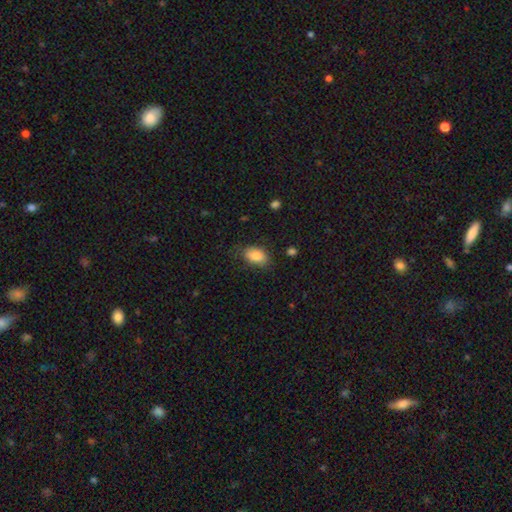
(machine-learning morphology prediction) type=smooth (83%); roundness=in between (86%); merging=none (73%).